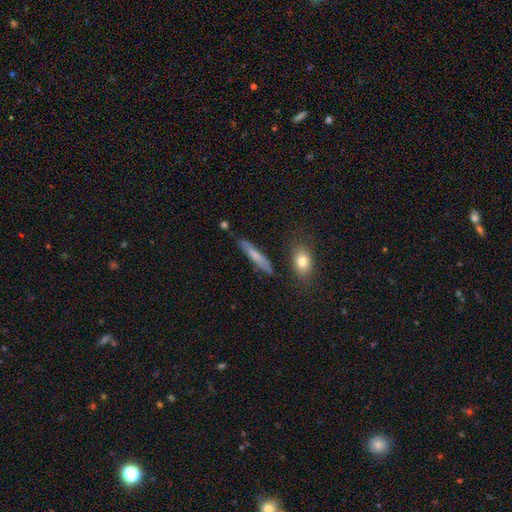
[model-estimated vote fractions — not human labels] Smooth or featured? smooth (62%)
How rounded? cigar-shaped (86%)
Merging? none (79%)